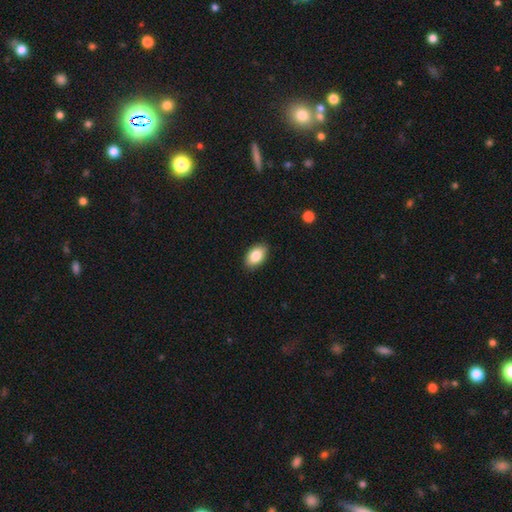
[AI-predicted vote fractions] smooth_or_featured: smooth (p=0.86) [alt: star or artifact p=0.07]
how_rounded: in between (p=0.91) [alt: round p=0.07]
merging: none (p=0.87) [alt: minor disturbance p=0.10]